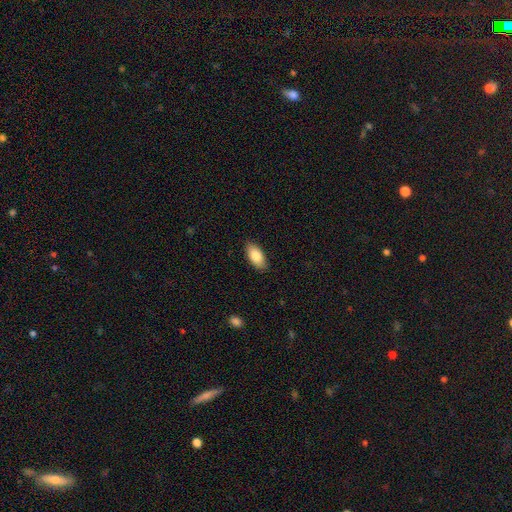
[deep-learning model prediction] This is clearly a smooth galaxy (84%). How rounded: clearly in between (93%). Merging: clearly none (88%).